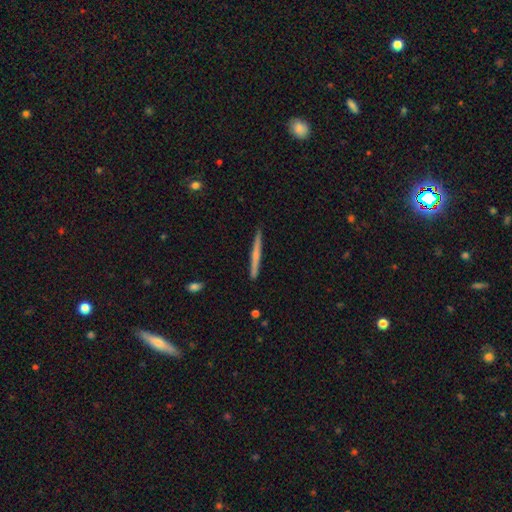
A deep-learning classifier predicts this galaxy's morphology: This appears to be a featured or disk galaxy (51%) viewed edge-on (98%). Merging: none (91%).